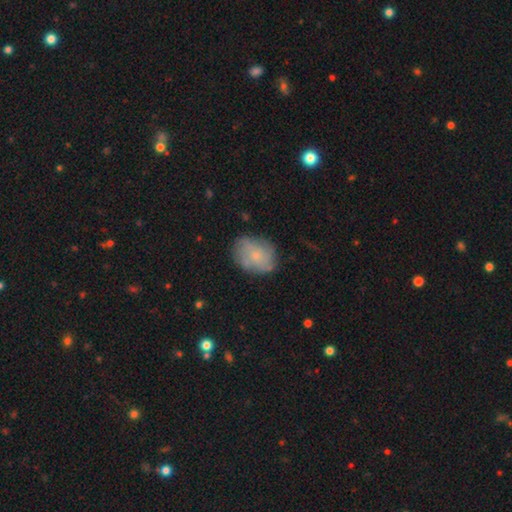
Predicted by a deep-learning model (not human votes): smooth-or-featured: smooth: 49% | featured or disk: 43% | star or artifact: 9%
  merging: none: 72% | minor disturbance: 20% | major disturbance: 7% | merger: 2%